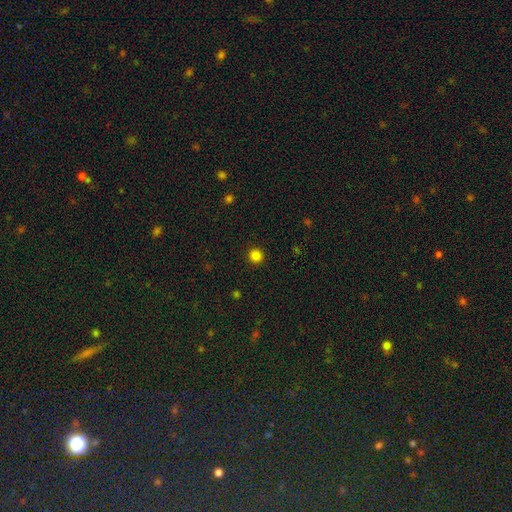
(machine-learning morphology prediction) Smooth or featured?
  - smooth: 84% *
  - star or artifact: 13%
  - featured or disk: 3%
How rounded?
  - round: 94% *
  - in between: 5%
  - cigar-shaped: 1%
Merging?
  - none: 92% *
  - minor disturbance: 5%
  - major disturbance: 2%
  - merger: 1%